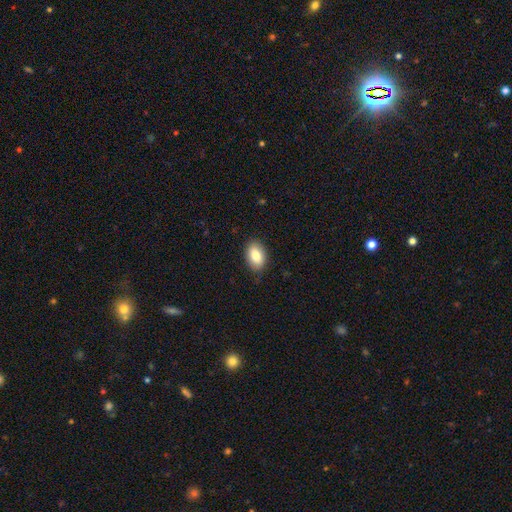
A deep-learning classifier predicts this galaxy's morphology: A smooth galaxy with no disk features (85%) that is in between round and cigar-shaped (91%).

Vote fractions:
- Smooth or featured? smooth: 85% / featured or disk: 8% / star or artifact: 7%
- How rounded? in between: 91% / round: 8% / cigar-shaped: 1%
- Merging? none: 84% / minor disturbance: 13% / major disturbance: 2% / merger: 1%